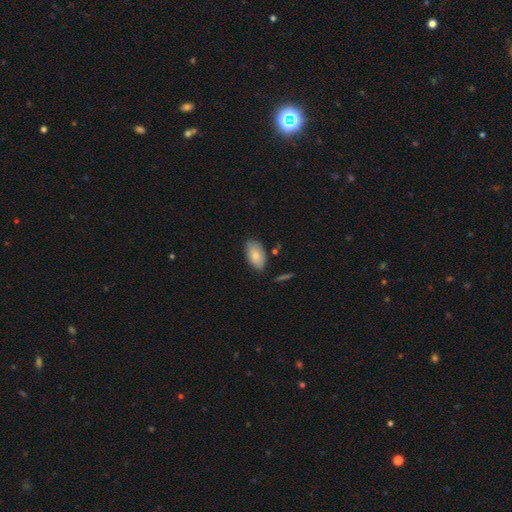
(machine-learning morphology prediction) Smooth or featured?
  - smooth: 81% *
  - featured or disk: 13%
  - star or artifact: 6%
How rounded?
  - in between: 94% *
  - round: 4%
  - cigar-shaped: 2%
Merging?
  - none: 76% *
  - minor disturbance: 18%
  - merger: 3%
  - major disturbance: 3%